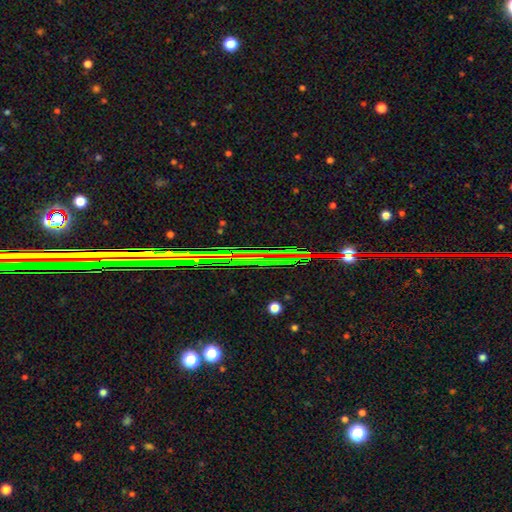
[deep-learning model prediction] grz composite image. It shows a star or artifact, not a galaxy (78%).